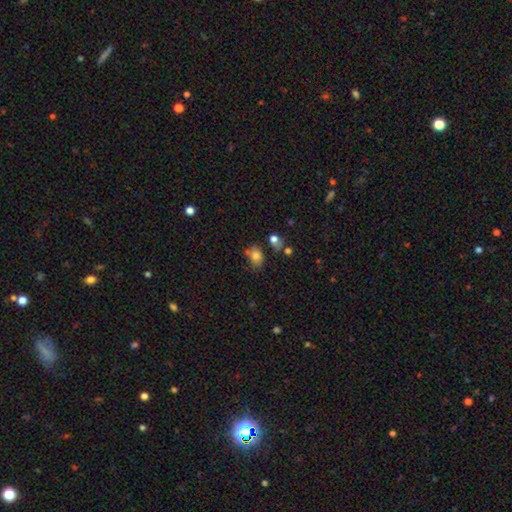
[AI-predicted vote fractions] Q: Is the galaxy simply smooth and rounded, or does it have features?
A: smooth — 78%.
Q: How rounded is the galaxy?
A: in between — 66%.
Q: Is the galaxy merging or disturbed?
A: none — 57%.